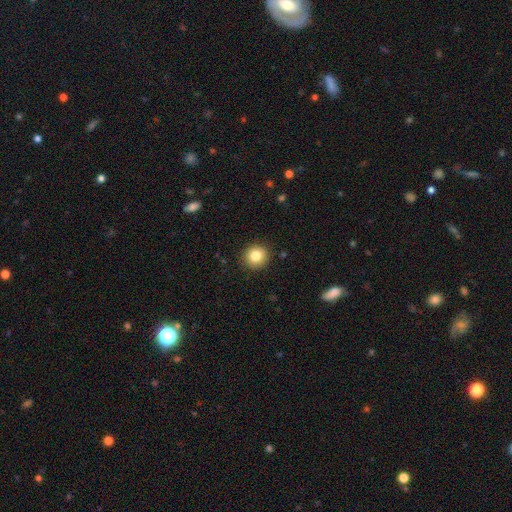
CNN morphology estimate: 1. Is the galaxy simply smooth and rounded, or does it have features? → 83% smooth, 10% star or artifact, 7% featured or disk.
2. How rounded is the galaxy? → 91% round, 8% in between, 1% cigar-shaped.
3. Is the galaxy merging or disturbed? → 91% none, 6% minor disturbance, 2% major disturbance, 1% merger.